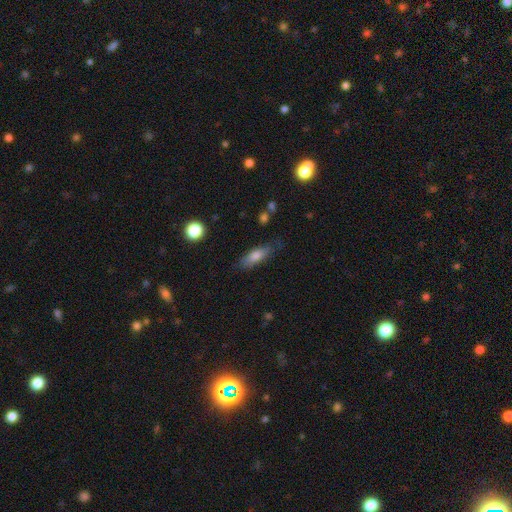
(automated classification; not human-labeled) Smooth or featured: smooth — 73% (featured or disk — 20%)
How rounded: in between — 58% (cigar-shaped — 39%)
Merging: none — 74% (minor disturbance — 19%)